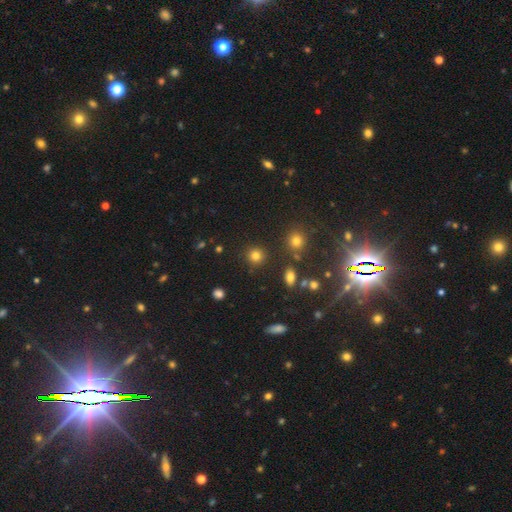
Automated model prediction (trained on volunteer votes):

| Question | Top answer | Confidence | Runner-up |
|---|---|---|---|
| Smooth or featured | smooth | 80% | star or artifact (14%) |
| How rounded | round | 91% | in between (8%) |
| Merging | none | 87% | minor disturbance (7%) |